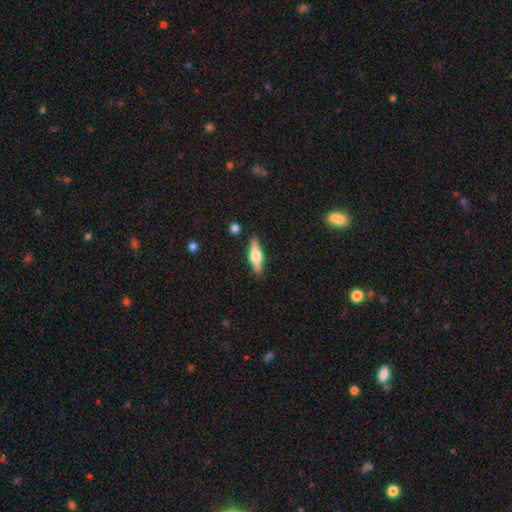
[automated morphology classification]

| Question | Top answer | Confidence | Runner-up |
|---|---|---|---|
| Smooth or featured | smooth | 50% | featured or disk (44%) |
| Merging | none | 87% | minor disturbance (9%) |